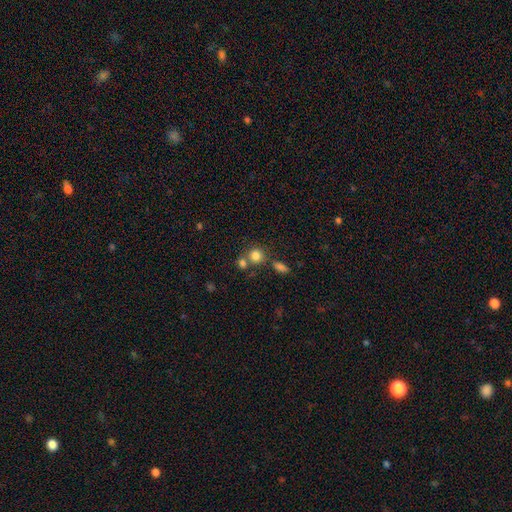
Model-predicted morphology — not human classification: This appears to be a smooth galaxy with no disk features (81%) that is round (85%). Merging: none (60%).